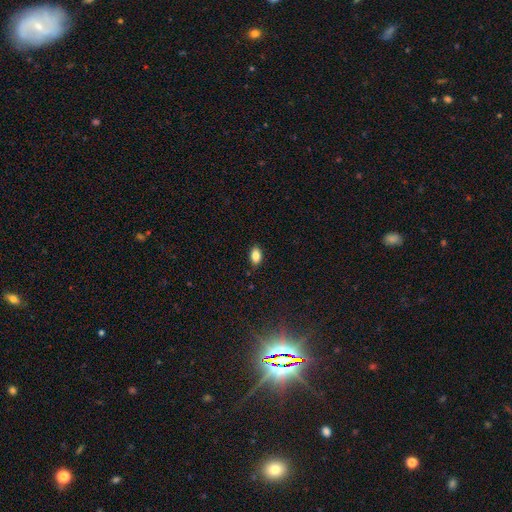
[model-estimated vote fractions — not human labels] A smooth galaxy with no disk features (84%) that is in between round and cigar-shaped (89%).

Vote fractions:
- Smooth or featured? smooth: 84% / star or artifact: 9% / featured or disk: 7%
- How rounded? in between: 89% / round: 9% / cigar-shaped: 2%
- Merging? none: 87% / minor disturbance: 10% / major disturbance: 2% / merger: 1%